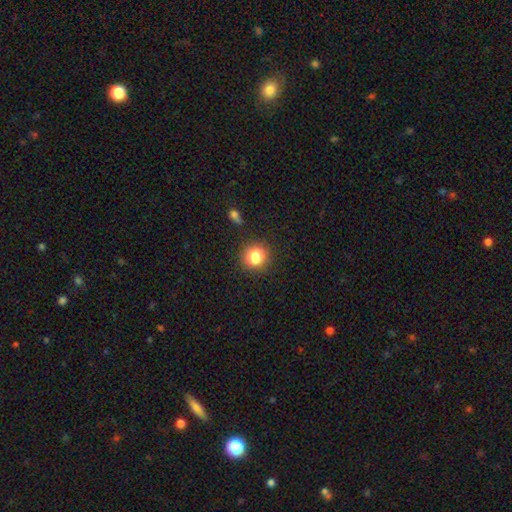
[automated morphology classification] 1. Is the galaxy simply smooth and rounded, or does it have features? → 81% smooth, 11% star or artifact, 7% featured or disk.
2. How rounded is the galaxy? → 90% round, 9% in between, 1% cigar-shaped.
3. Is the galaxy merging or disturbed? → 88% none, 7% minor disturbance, 2% major disturbance, 2% merger.